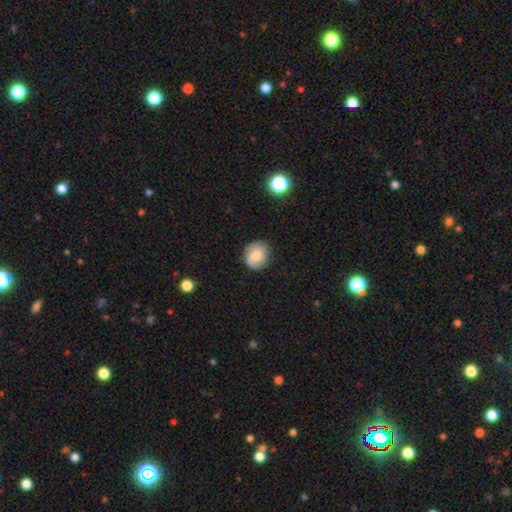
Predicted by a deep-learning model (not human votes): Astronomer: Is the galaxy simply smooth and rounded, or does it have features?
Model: smooth — 62%.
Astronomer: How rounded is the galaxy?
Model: round — 74%.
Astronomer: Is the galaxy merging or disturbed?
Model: none — 78%.